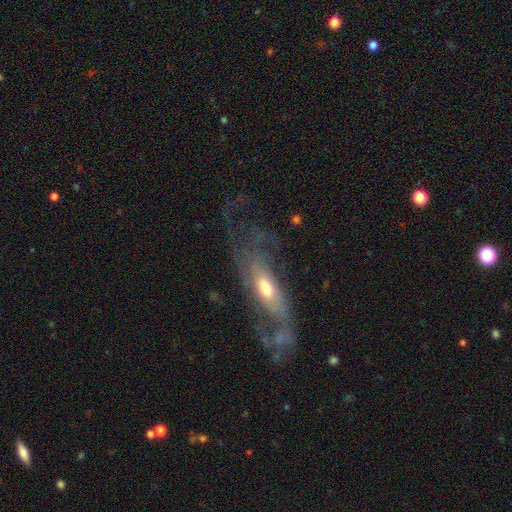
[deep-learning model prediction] A featured or disk galaxy (75%) with no bar (63%), spiral arms (74%) and a moderate central bulge (65%).

Vote fractions:
- Smooth or featured? featured or disk: 75% / smooth: 18% / star or artifact: 8%
- Edge-on disk? no: 78% / yes: 22%
- Bar? no: 63% / weak: 25% / strong: 12%
- Spiral arms? yes: 74% / no: 26%
- Bulge size? moderate: 65% / small: 26% / large: 7% / none: 1% / dominant: 1%
- Merging? none: 45% / major disturbance: 31% / minor disturbance: 20% / merger: 4%